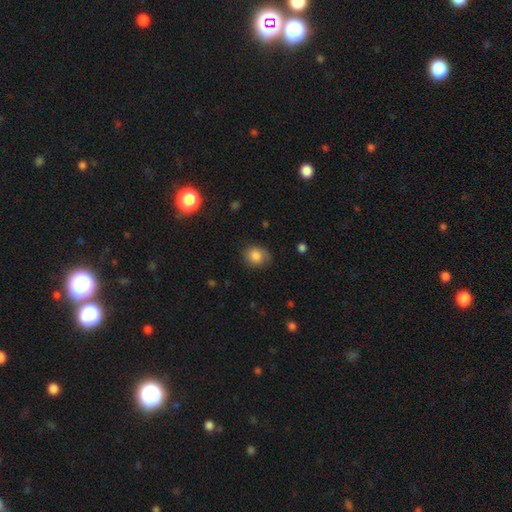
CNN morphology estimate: type=smooth (81%); roundness=round (68%); merging=none (70%).